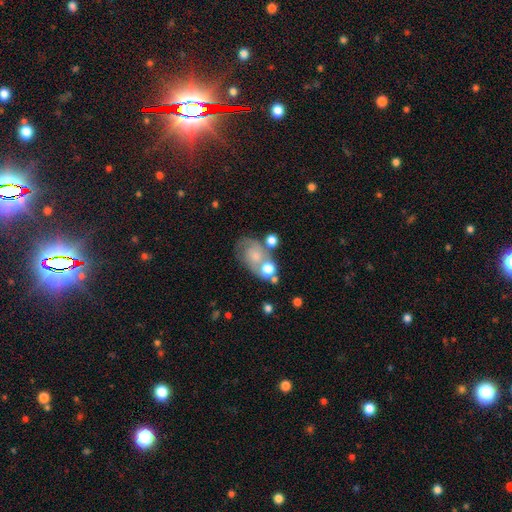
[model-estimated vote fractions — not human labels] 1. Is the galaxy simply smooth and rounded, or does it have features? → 45% featured or disk, 44% smooth, 11% star or artifact.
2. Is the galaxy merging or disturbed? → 36% none, 28% merger, 20% minor disturbance, 16% major disturbance.